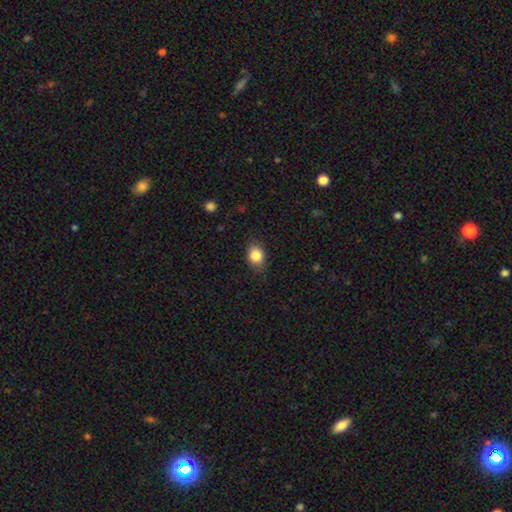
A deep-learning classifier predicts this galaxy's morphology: This is clearly a smooth galaxy (85%). How rounded: likely in between (61%). Merging: clearly none (82%).